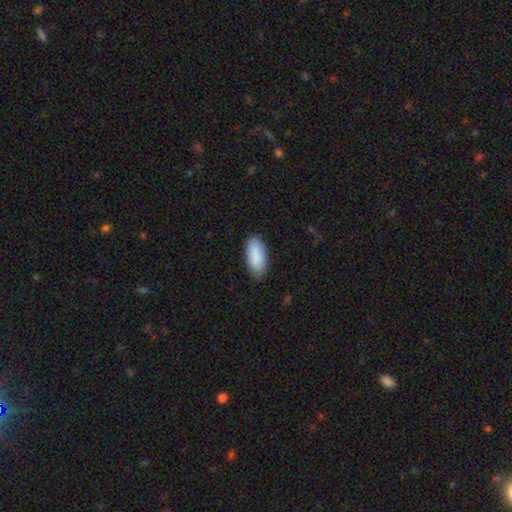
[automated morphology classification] This is clearly a smooth galaxy (90%). How rounded: clearly in between (90%). Merging: clearly none (83%).